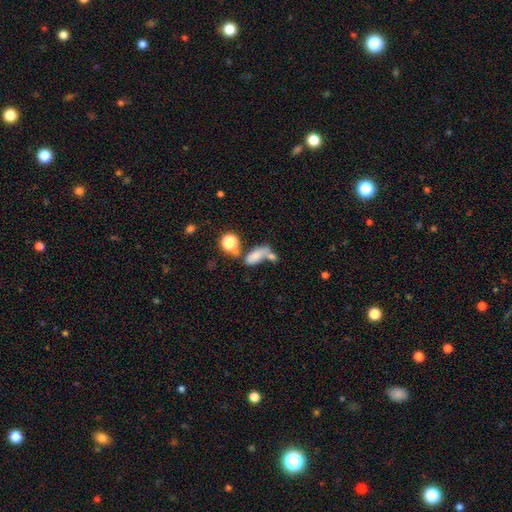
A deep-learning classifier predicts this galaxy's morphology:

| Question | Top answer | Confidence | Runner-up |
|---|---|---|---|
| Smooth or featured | smooth | 69% | featured or disk (17%) |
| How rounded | in between | 78% | cigar-shaped (12%) |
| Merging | merger | 48% | none (27%) |